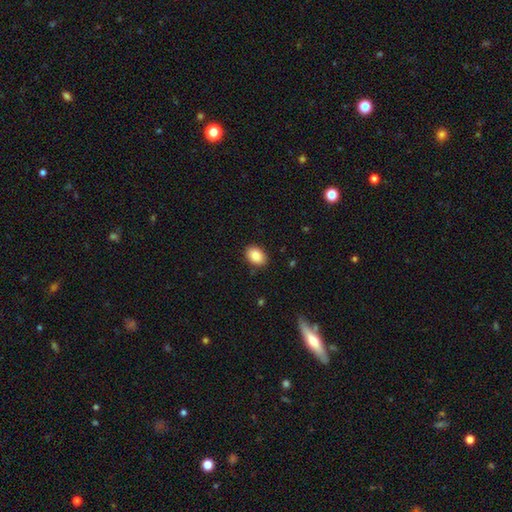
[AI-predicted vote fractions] Overall: smooth (88%). How rounded: in between (85%). Merging: none (88%).